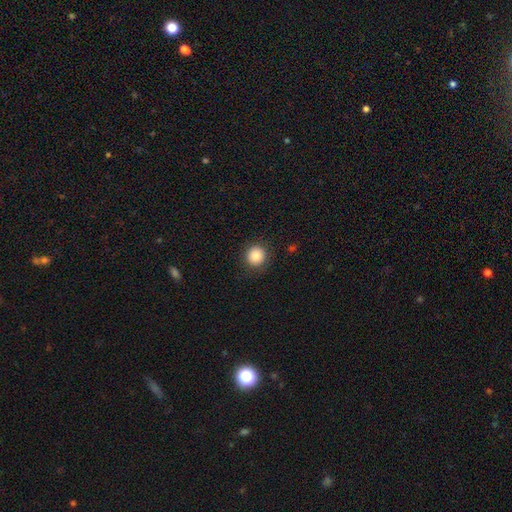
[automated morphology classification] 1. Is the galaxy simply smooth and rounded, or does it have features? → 84% smooth, 10% star or artifact, 7% featured or disk.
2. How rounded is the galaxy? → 94% round, 5% in between, 1% cigar-shaped.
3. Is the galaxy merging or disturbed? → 90% none, 7% minor disturbance, 2% major disturbance, 1% merger.